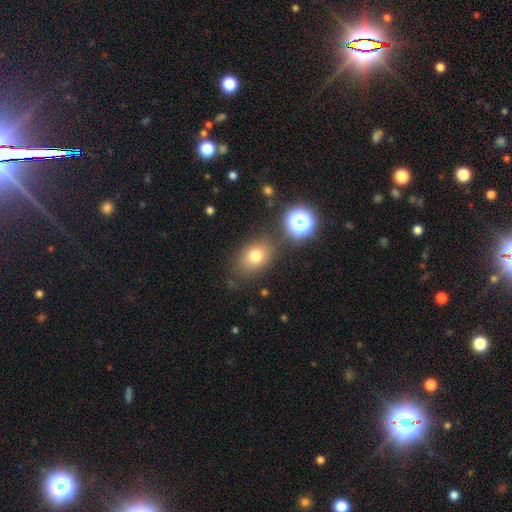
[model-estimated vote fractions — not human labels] Smooth or featured?
  - smooth: 75% *
  - star or artifact: 14%
  - featured or disk: 11%
How rounded?
  - in between: 62% *
  - round: 37%
  - cigar-shaped: 1%
Merging?
  - none: 74% *
  - minor disturbance: 14%
  - merger: 7%
  - major disturbance: 5%